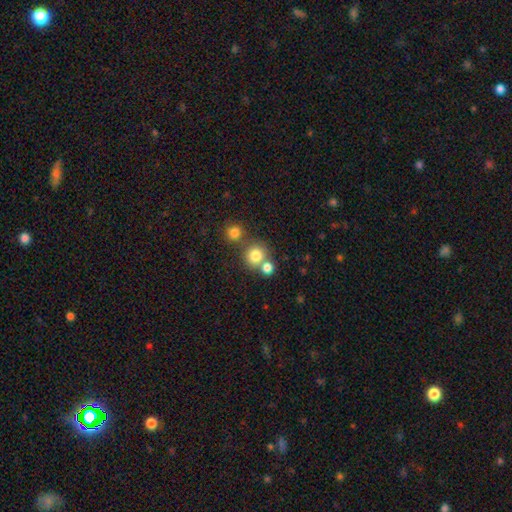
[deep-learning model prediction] This appears to be a smooth galaxy with no disk features (79%) that is round (88%). Merging: none (59%).